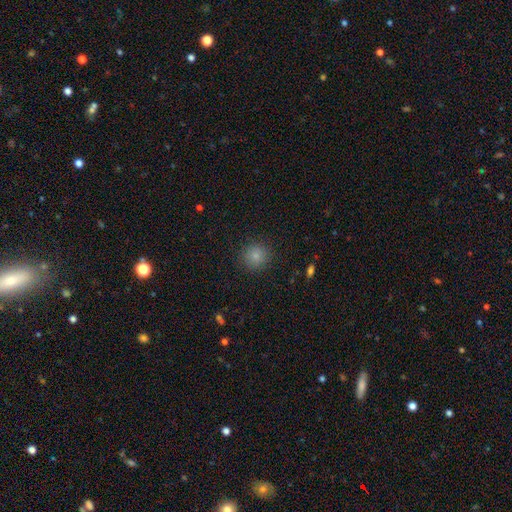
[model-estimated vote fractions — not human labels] Smooth or featured?
  - smooth: 83% *
  - star or artifact: 12%
  - featured or disk: 6%
How rounded?
  - round: 91% *
  - in between: 8%
  - cigar-shaped: 1%
Merging?
  - none: 88% *
  - minor disturbance: 8%
  - major disturbance: 3%
  - merger: 1%